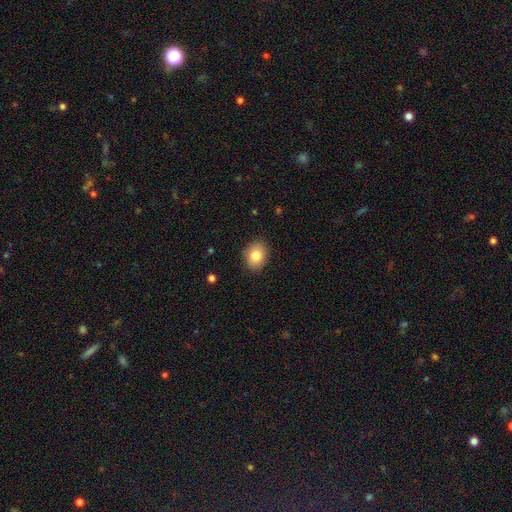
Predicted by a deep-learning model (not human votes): Smooth or featured?
  - smooth: 82% *
  - star or artifact: 9%
  - featured or disk: 9%
How rounded?
  - in between: 51% *
  - round: 48%
  - cigar-shaped: 1%
Merging?
  - none: 88% *
  - minor disturbance: 9%
  - major disturbance: 2%
  - merger: 1%